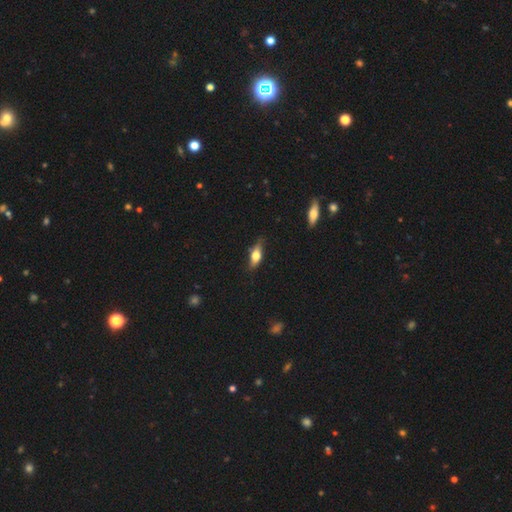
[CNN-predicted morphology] The model was most divided on "smooth or featured": smooth: 62%, featured or disk: 31%, star or artifact: 7%. More confident: merging — none (76%); how rounded — in between (66%).